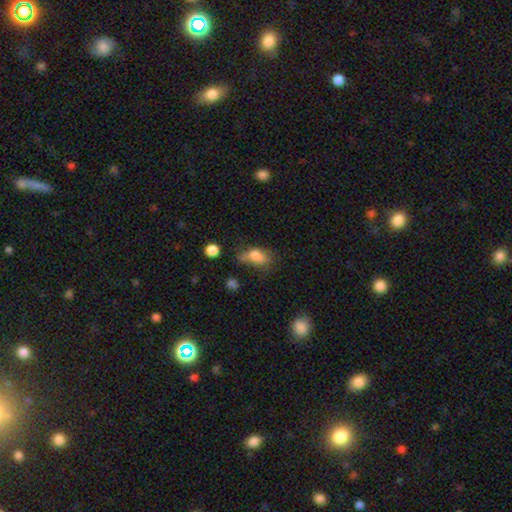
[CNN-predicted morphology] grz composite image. It shows a smooth galaxy with no disk features (70%) that is in between round and cigar-shaped (82%). Merging: none (32%).